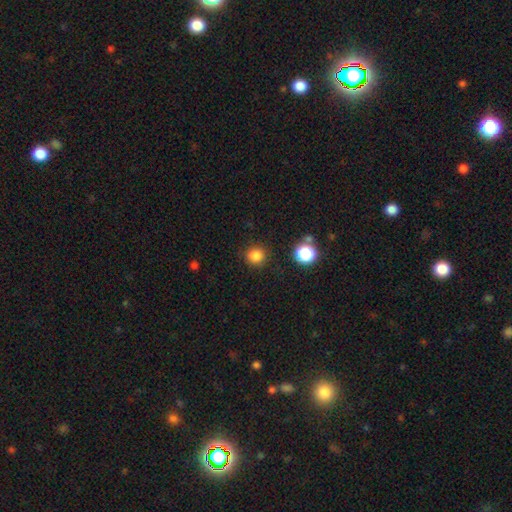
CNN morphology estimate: This appears to be a smooth galaxy with no disk features (83%) that is round (88%). Merging: none (88%).